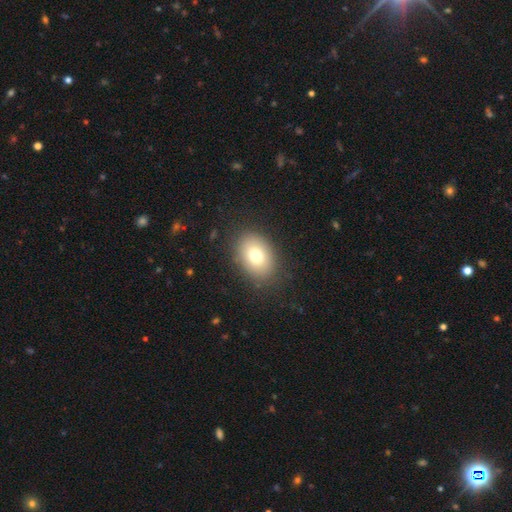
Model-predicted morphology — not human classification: Q: Smooth or featured?
A: smooth (78%); runner-up: featured or disk (12%)
Q: How rounded?
A: in between (73%); runner-up: round (26%)
Q: Merging?
A: none (86%); runner-up: minor disturbance (10%)